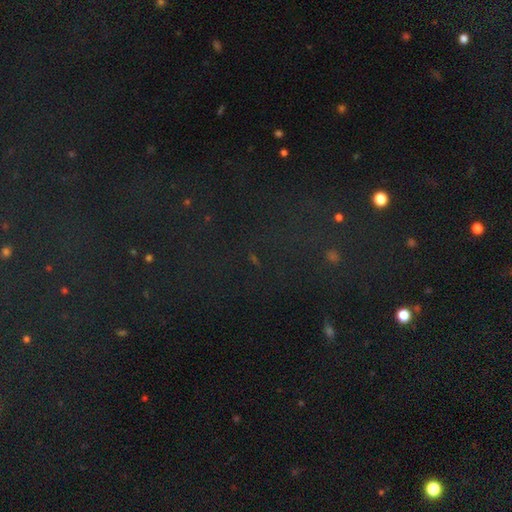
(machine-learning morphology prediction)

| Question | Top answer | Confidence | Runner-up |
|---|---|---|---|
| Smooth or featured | star or artifact | 75% | smooth (15%) |